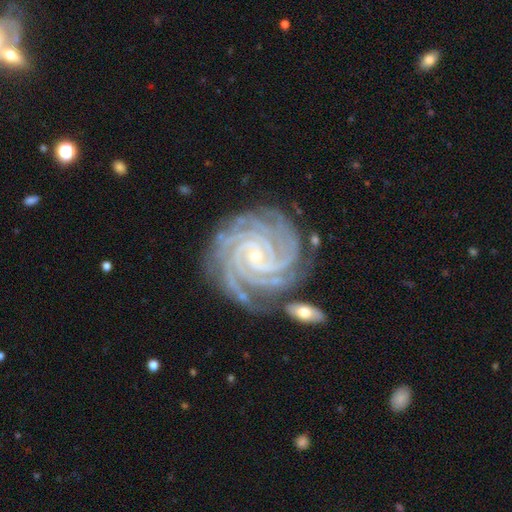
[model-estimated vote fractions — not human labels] smooth_or_featured: featured or disk (p=0.94) [alt: star or artifact p=0.04]
disk_edge_on: no (p=0.98) [alt: yes p=0.02]
bar: no (p=0.62) [alt: weak p=0.24]
has_spiral_arms: yes (p=0.99) [alt: no p=0.01]
spiral_winding: tight (p=0.88) [alt: medium p=0.11]
spiral_arm_count: 4 (p=0.38) [alt: more than 4 p=0.19]
bulge_size: small (p=0.86) [alt: moderate p=0.11]
merging: none (p=0.76) [alt: minor disturbance p=0.15]